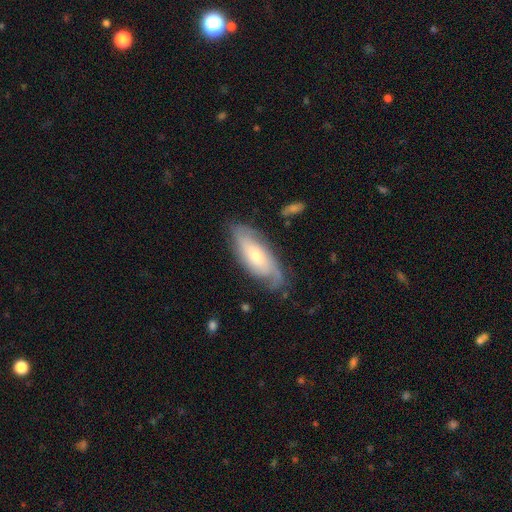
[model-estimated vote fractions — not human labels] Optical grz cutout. It shows a featured or disk galaxy (67%) with no bar (65%), 2 (38%) tight (49%) spiral arms (90%) and a moderate central bulge (50%). Merging: none (71%).